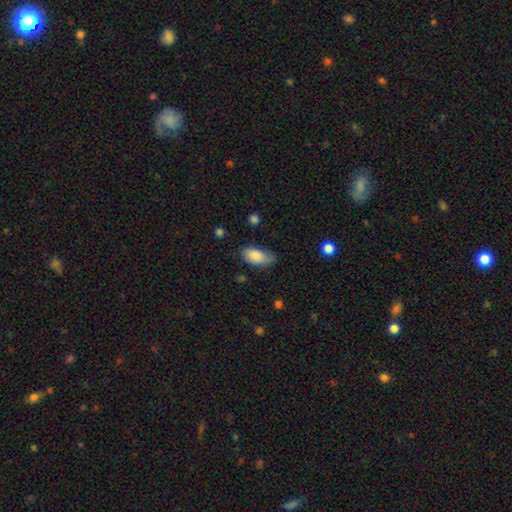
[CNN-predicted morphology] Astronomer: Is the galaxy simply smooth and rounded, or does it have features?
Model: smooth — 83%.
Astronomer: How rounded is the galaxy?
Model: in between — 91%.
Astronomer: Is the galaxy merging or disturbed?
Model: none — 64%.